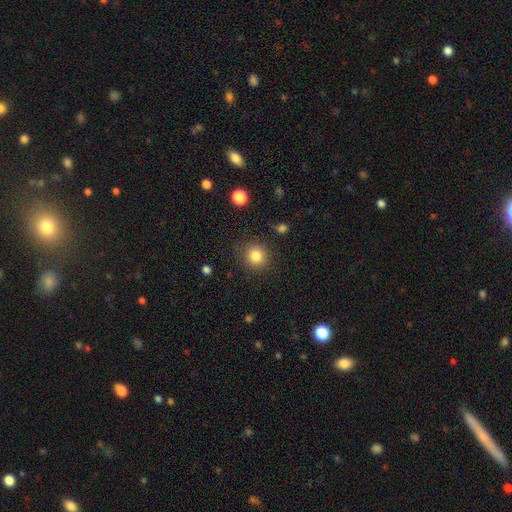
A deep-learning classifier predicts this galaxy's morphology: Overall: smooth (84%). How rounded: round (89%). Merging: none (86%).